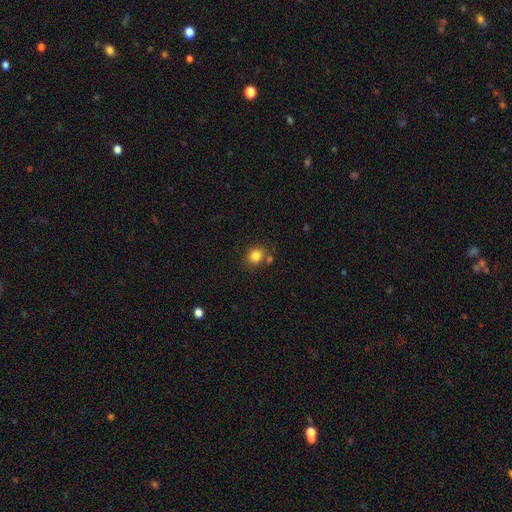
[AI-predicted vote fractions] Smooth or featured? smooth (83%)
How rounded? round (77%)
Merging? none (76%)